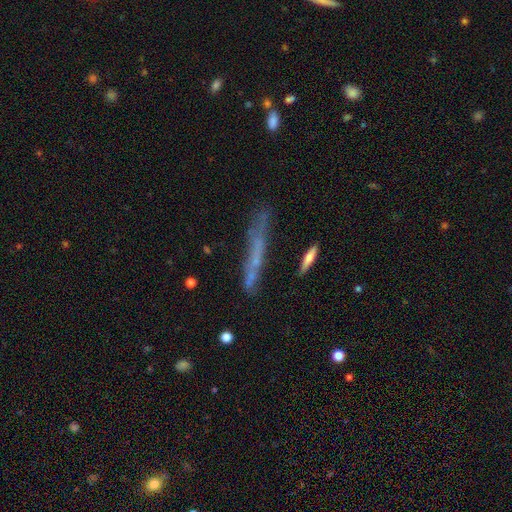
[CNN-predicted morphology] smooth 46%, featured or disk 42%, star or artifact 12%. Down the decision tree: merging — none (67%).